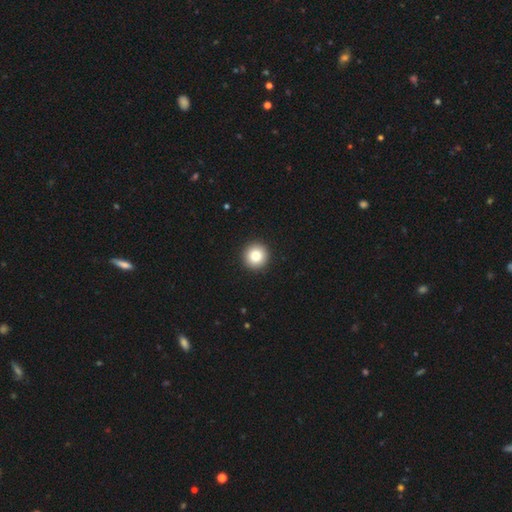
A smooth galaxy with no disk features (85%) that is round (88%).

Vote fractions:
- Smooth or featured? smooth: 85% / featured or disk: 8% / star or artifact: 8%
- How rounded? round: 88% / in between: 9% / cigar-shaped: 3%
- Merging? none: 89% / minor disturbance: 8% / merger: 3% / major disturbance: 0%